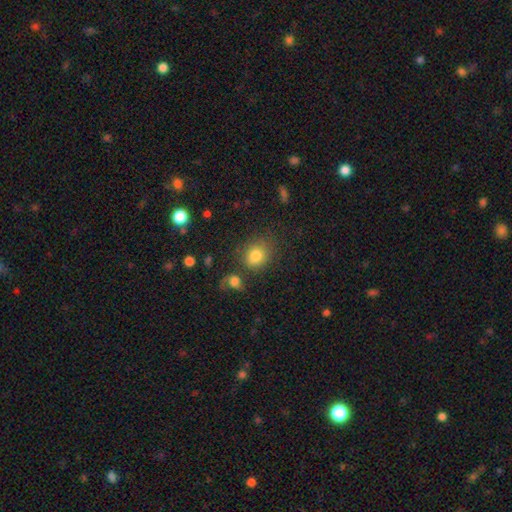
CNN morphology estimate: smooth-or-featured: smooth: 80% | star or artifact: 12% | featured or disk: 9%
  how-rounded: round: 68% | in between: 31% | cigar-shaped: 1%
  merging: none: 68% | minor disturbance: 14% | merger: 11% | major disturbance: 7%